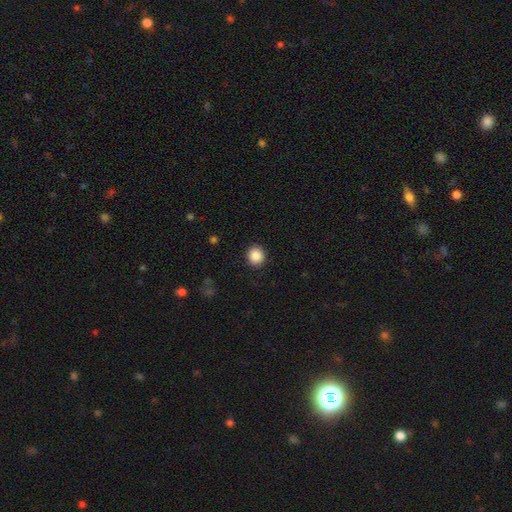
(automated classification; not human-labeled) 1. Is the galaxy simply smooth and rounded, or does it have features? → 88% smooth, 9% star or artifact, 3% featured or disk.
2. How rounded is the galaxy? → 89% round, 10% in between, 1% cigar-shaped.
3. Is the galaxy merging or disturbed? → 91% none, 6% minor disturbance, 2% major disturbance, 1% merger.